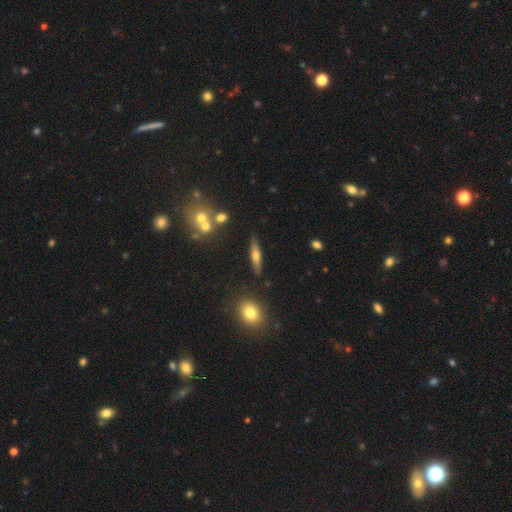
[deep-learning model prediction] Smooth or featured: featured or disk — 48% (smooth — 44%)
Merging: none — 84% (minor disturbance — 10%)